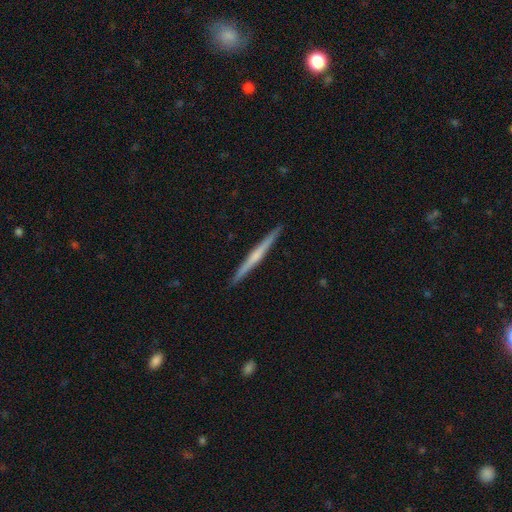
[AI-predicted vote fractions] This is likely a featured or disk galaxy (63%). It is clearly viewed edge-on (98%). Edge-on bulge: possibly none (46%). Merging: clearly none (93%).